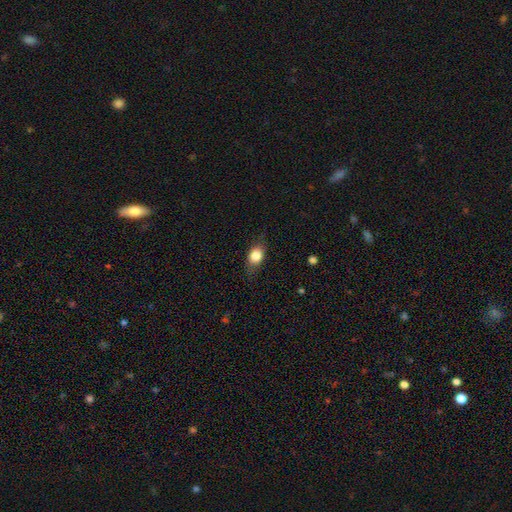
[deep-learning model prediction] A smooth galaxy with no disk features (76%) that is in between round and cigar-shaped (62%). Merging: none (74%).